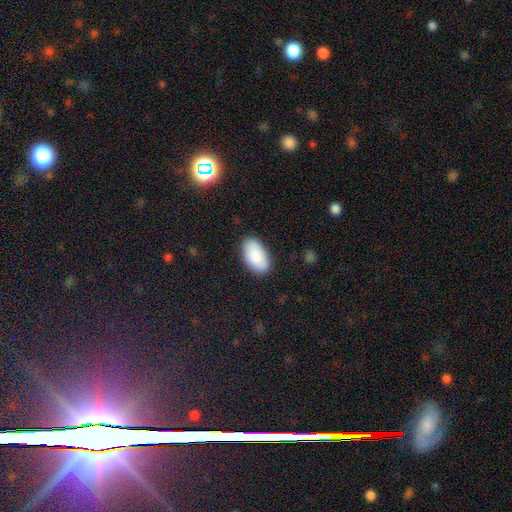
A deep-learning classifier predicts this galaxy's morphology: The model was most divided on "merging": none: 86%, minor disturbance: 11%, major disturbance: 2%, merger: 1%. More confident: how rounded — in between (96%); smooth or featured — smooth (88%).